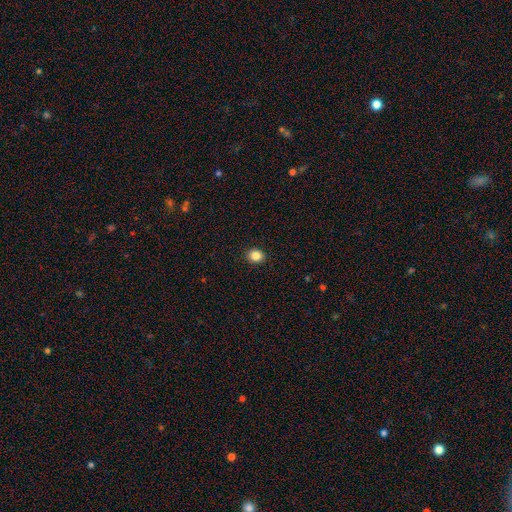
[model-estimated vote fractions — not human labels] Morphology: type=smooth (85%); roundness=round (69%); merging=none (92%).